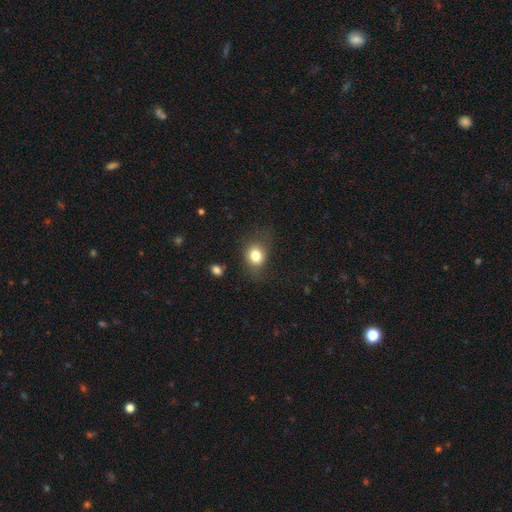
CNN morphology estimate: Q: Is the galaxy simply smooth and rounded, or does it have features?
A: smooth — 80%.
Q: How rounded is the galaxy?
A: round — 54%.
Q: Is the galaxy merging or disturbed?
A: none — 67%.